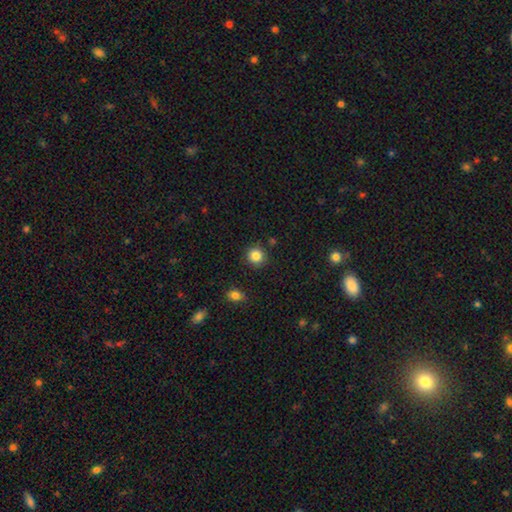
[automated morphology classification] A smooth galaxy with no disk features (85%) that is round (91%). Merging: none (88%).